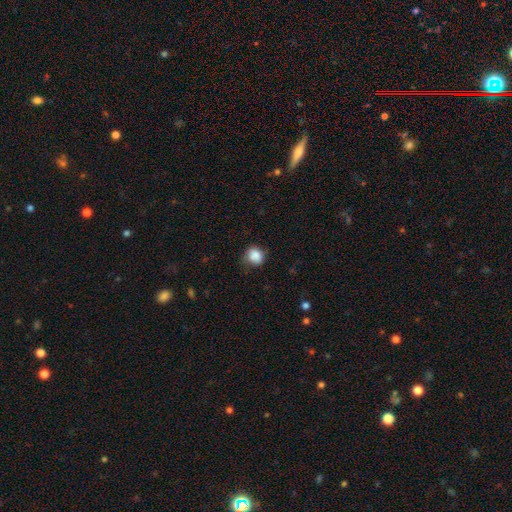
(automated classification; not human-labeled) This is clearly a smooth galaxy (84%). How rounded: likely round (71%). Merging: likely none (61%).